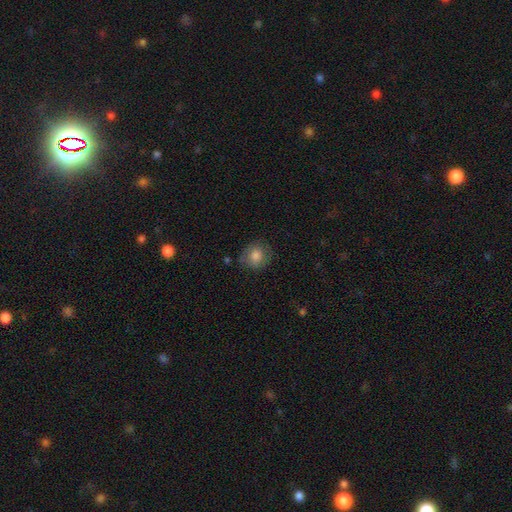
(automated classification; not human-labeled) smooth_or_featured: smooth (p=0.80) [alt: featured or disk p=0.11]
how_rounded: round (p=0.81) [alt: in between p=0.18]
merging: none (p=0.76) [alt: minor disturbance p=0.17]